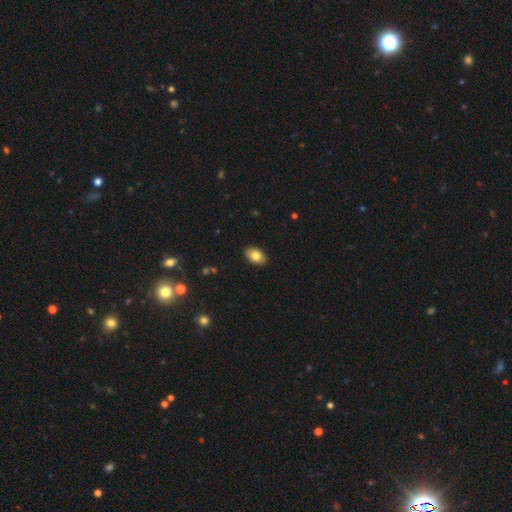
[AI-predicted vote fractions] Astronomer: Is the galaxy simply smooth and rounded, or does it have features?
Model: smooth — 81%.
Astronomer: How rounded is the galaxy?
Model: in between — 87%.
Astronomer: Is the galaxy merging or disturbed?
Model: none — 90%.